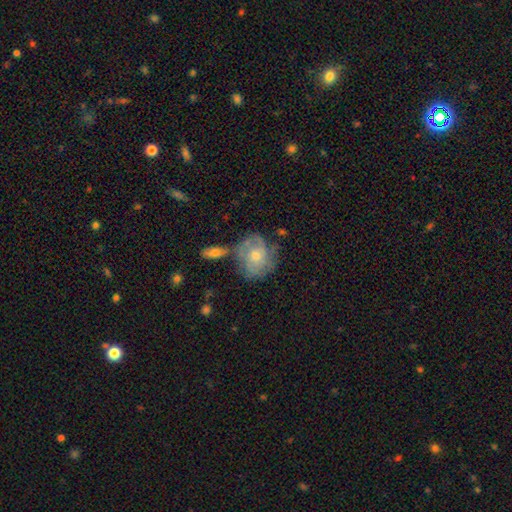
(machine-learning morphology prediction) Smooth or featured? Predicted: featured or disk (p=0.59). Edge-on disk? Predicted: no (p=0.97). Bar? Predicted: no (p=0.80). Spiral arms? Predicted: yes (p=0.76). Bulge size? Predicted: moderate (p=0.56). Merging? Predicted: none (p=0.56).